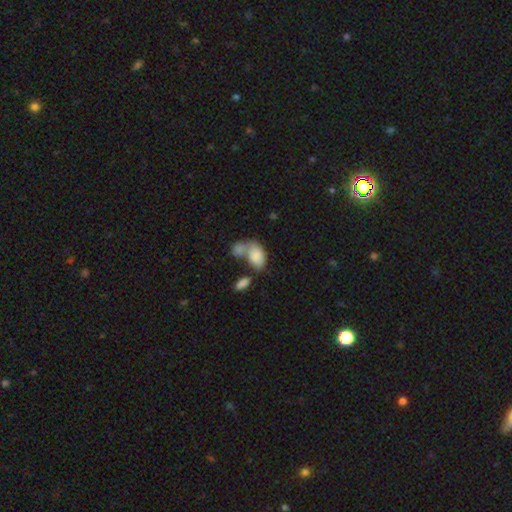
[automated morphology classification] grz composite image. It shows a smooth galaxy with no disk features (82%) that is in between round and cigar-shaped (91%). Merging: merger (57%).